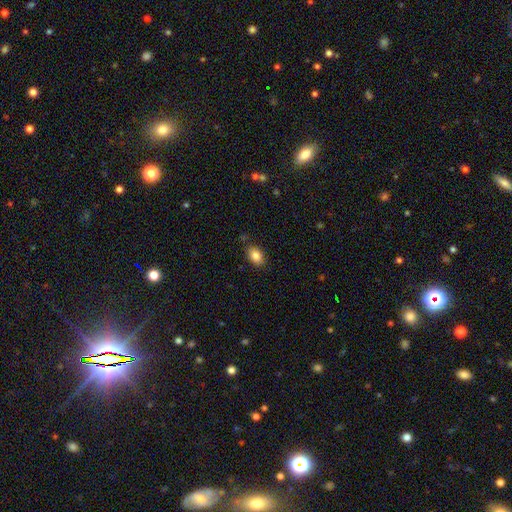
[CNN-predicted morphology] Smooth or featured?
  - smooth: 85% *
  - star or artifact: 8%
  - featured or disk: 7%
How rounded?
  - in between: 81% *
  - round: 18%
  - cigar-shaped: 1%
Merging?
  - none: 82% *
  - minor disturbance: 13%
  - major disturbance: 3%
  - merger: 2%